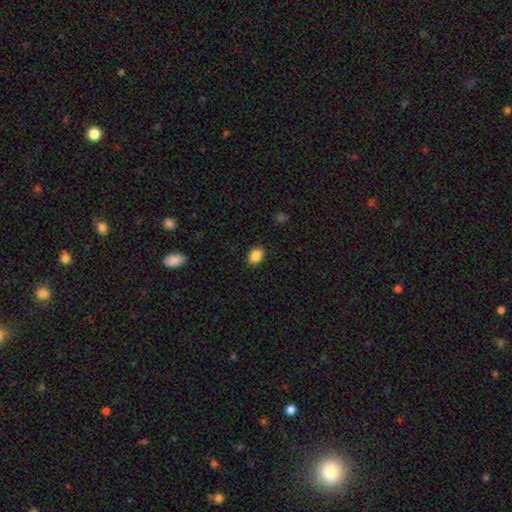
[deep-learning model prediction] This is clearly a smooth galaxy (87%). How rounded: likely in between (72%). Merging: clearly none (89%).